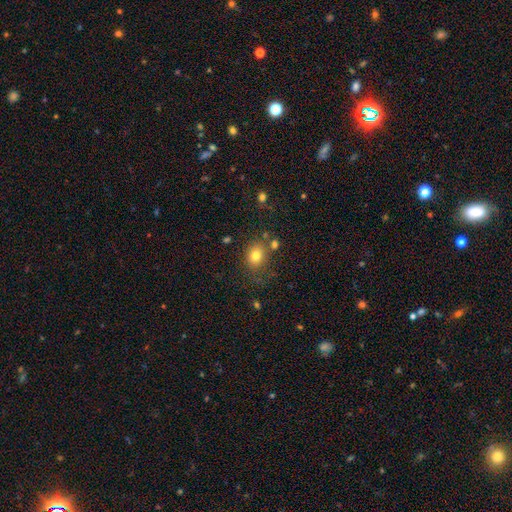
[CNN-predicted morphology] This appears to be a smooth galaxy with no disk features (78%) that is round (61%). Merging: none (71%).